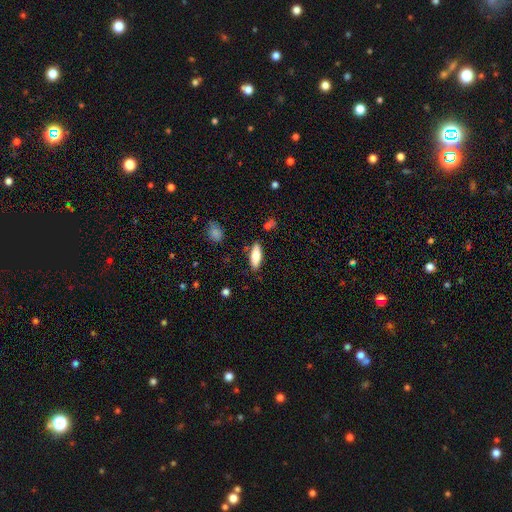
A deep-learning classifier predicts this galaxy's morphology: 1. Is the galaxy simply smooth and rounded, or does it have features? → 77% smooth, 17% featured or disk, 6% star or artifact.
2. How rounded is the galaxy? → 65% in between, 33% cigar-shaped, 2% round.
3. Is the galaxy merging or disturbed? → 84% none, 11% minor disturbance, 2% major disturbance, 2% merger.